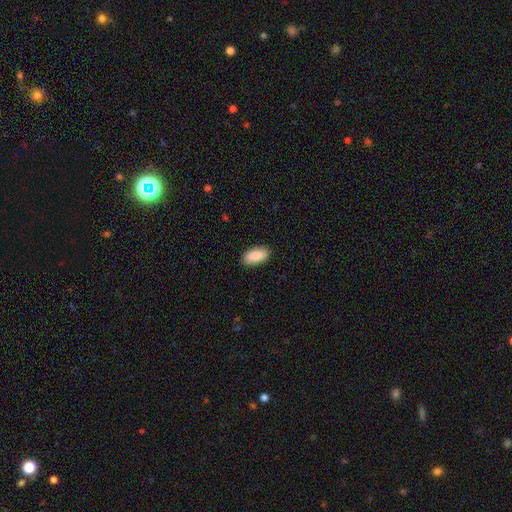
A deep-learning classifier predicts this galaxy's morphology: This is clearly a smooth galaxy (89%). How rounded: clearly in between (90%). Merging: clearly none (88%).